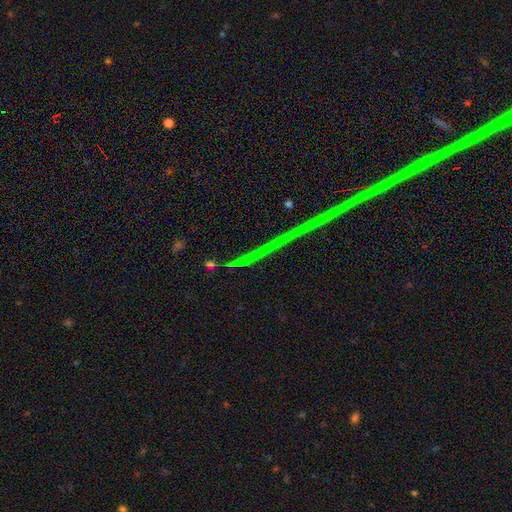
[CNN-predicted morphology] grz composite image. It shows a star or artifact, not a galaxy (85%).